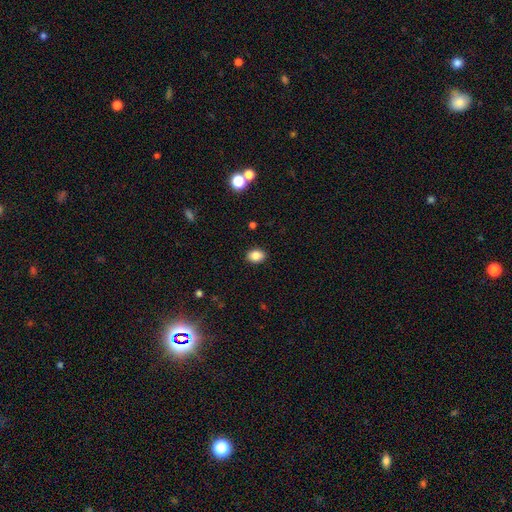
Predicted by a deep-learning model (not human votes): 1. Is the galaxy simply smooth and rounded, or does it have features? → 85% smooth, 9% star or artifact, 6% featured or disk.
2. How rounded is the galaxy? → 67% in between, 32% round, 1% cigar-shaped.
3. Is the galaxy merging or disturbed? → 90% none, 7% minor disturbance, 2% major disturbance, 1% merger.